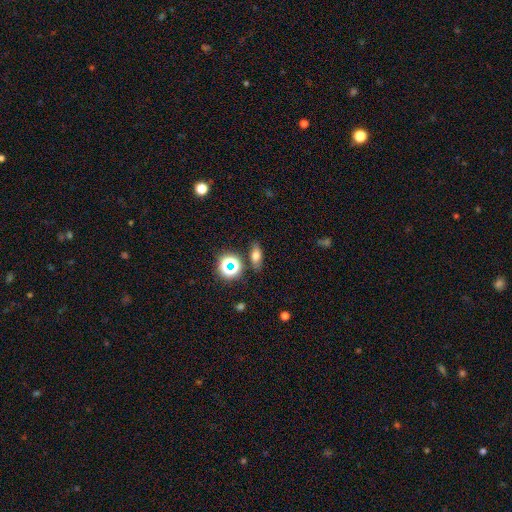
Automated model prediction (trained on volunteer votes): Overall: smooth (64%). How rounded: in between (68%). Merging: none (81%).